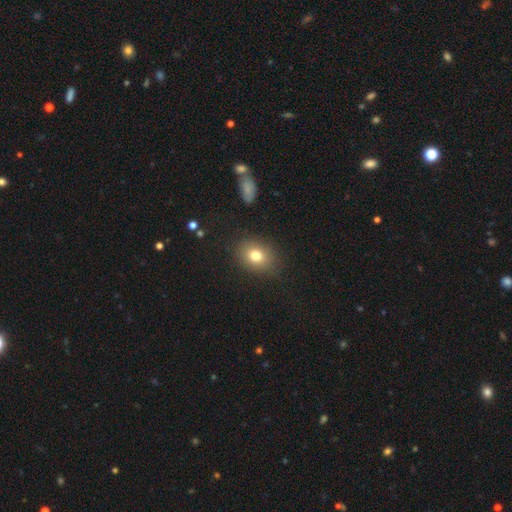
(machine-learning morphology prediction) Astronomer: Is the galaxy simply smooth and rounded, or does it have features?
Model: smooth — 78%.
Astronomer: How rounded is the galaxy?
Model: in between — 54% (runner-up: round, 45%).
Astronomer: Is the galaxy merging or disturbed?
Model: none — 85%.